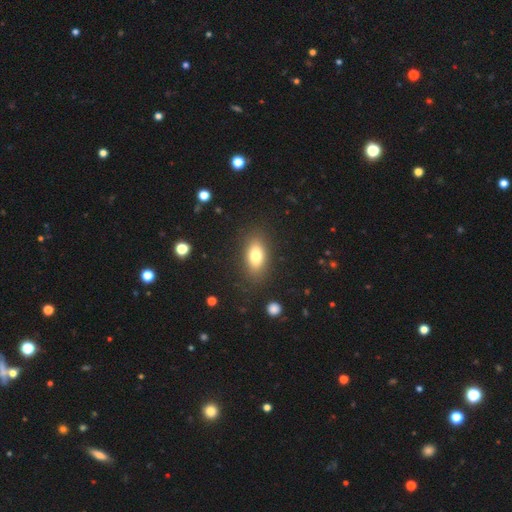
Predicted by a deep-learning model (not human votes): Smooth or featured: smooth — 76% (featured or disk — 15%)
How rounded: in between — 84% (cigar-shaped — 9%)
Merging: none — 84% (minor disturbance — 10%)